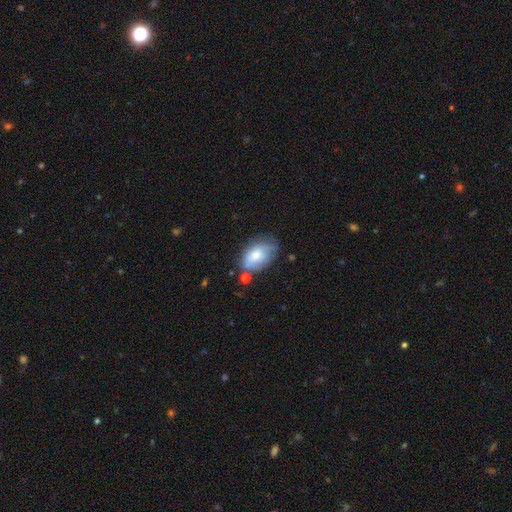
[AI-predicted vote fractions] A smooth galaxy with no disk features (70%) that is in between round and cigar-shaped (90%). Merging: none (51%).